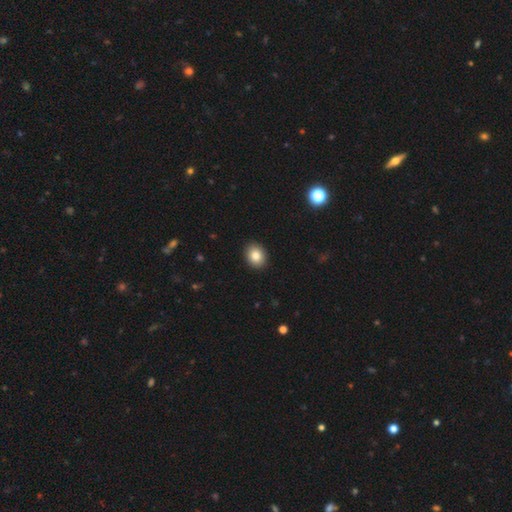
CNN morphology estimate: type=smooth (83%); roundness=round (52%); merging=none (91%).